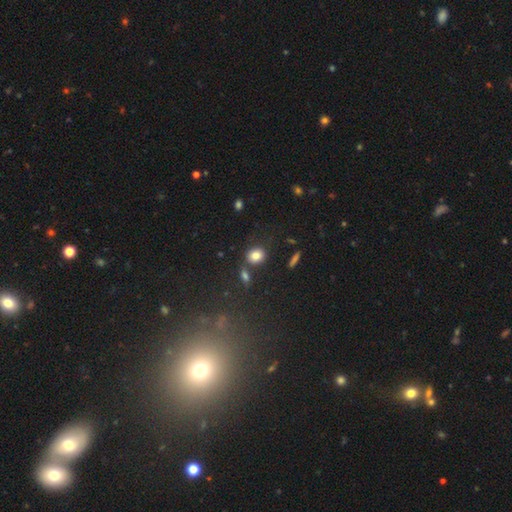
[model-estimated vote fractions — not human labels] A smooth galaxy with no disk features (81%) that is round (59%).

Vote fractions:
- Smooth or featured? smooth: 81% / star or artifact: 11% / featured or disk: 8%
- How rounded? round: 59% / in between: 39% / cigar-shaped: 2%
- Merging? none: 71% / merger: 13% / minor disturbance: 12% / major disturbance: 4%